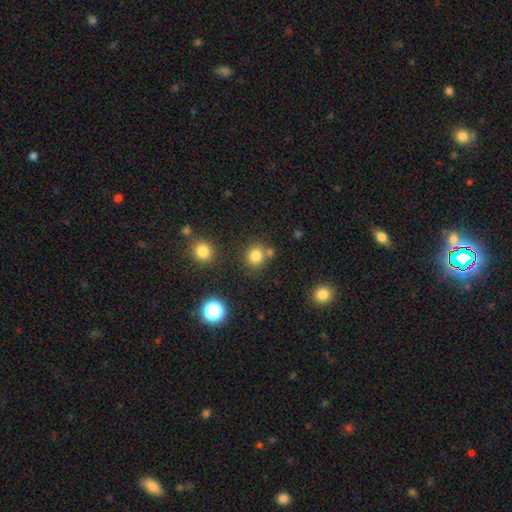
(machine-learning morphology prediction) smooth-or-featured: smooth: 80% | star or artifact: 14% | featured or disk: 6%
  how-rounded: round: 85% | in between: 14% | cigar-shaped: 1%
  merging: none: 72% | merger: 14% | minor disturbance: 10% | major disturbance: 4%